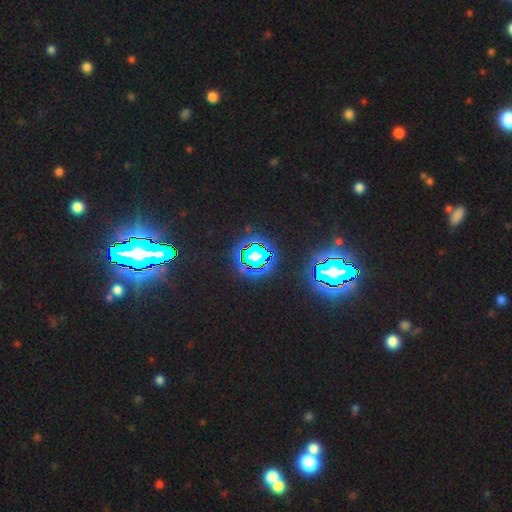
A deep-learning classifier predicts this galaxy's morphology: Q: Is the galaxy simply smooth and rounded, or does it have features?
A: star or artifact — 84%.